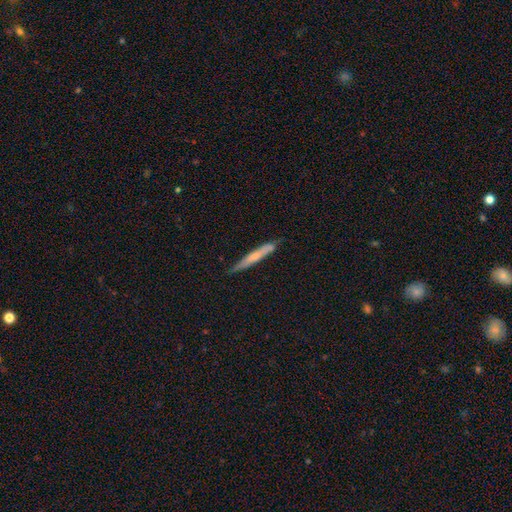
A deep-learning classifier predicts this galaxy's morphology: This is possibly a smooth galaxy (51%). How rounded: clearly cigar-shaped (95%). Merging: likely none (80%).